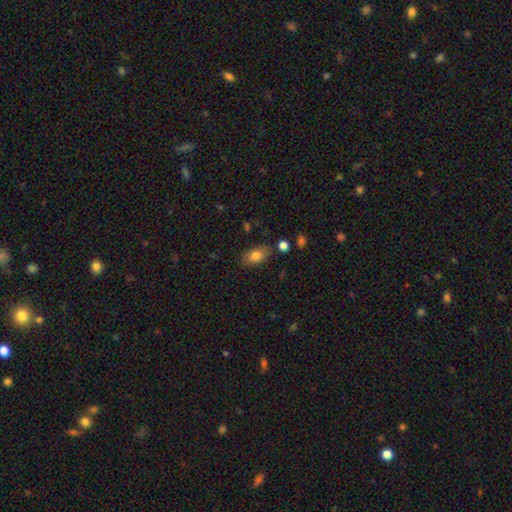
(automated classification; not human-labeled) smooth 81%, featured or disk 11%, star or artifact 8%. Down the decision tree: how rounded — in between (89%); merging — none (81%).